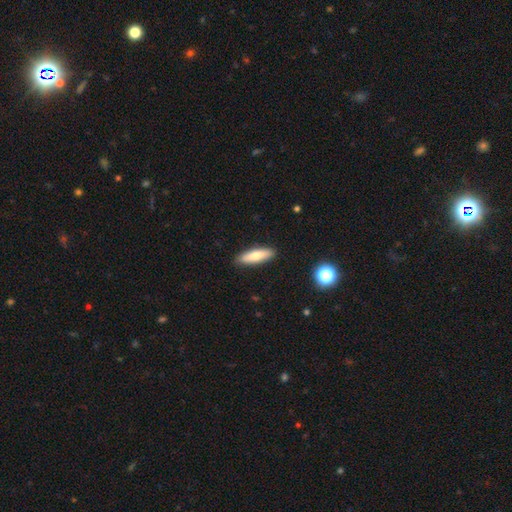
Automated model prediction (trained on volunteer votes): smooth 75%, featured or disk 19%, star or artifact 6%. Down the decision tree: how rounded — cigar-shaped (61%); merging — none (90%).